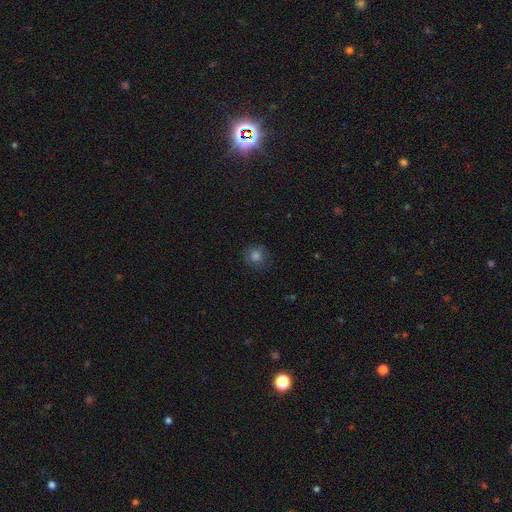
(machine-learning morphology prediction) The model was most divided on "smooth or featured": smooth: 76%, star or artifact: 16%, featured or disk: 8%. More confident: how rounded — round (87%); merging — none (79%).